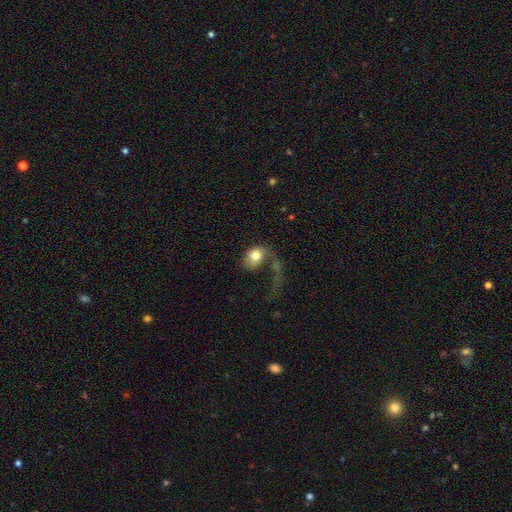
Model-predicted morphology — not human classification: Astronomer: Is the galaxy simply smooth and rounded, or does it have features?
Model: smooth — 64%.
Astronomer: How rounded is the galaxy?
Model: in between — 63%.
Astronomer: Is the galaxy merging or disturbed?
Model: major disturbance — 59%.